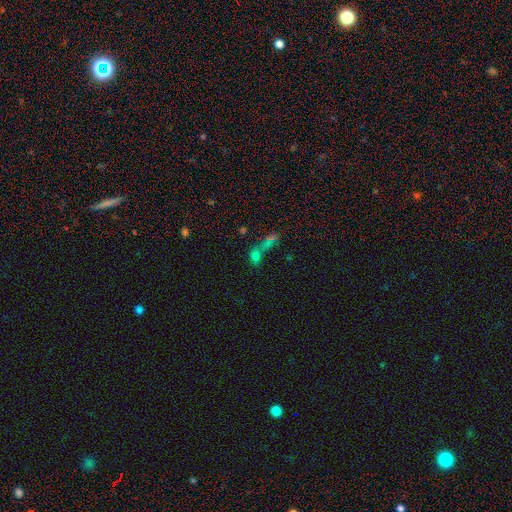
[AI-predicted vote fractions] Smooth or featured? Predicted: smooth (p=0.61). How rounded? Predicted: in between (p=0.56). Merging? Predicted: merger (p=0.57).